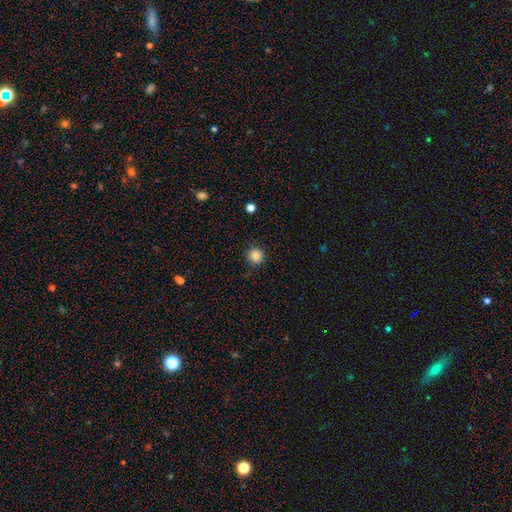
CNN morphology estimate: smooth-or-featured: smooth: 85% | star or artifact: 11% | featured or disk: 4%
  how-rounded: round: 94% | in between: 5% | cigar-shaped: 1%
  merging: none: 88% | minor disturbance: 9% | major disturbance: 2% | merger: 1%